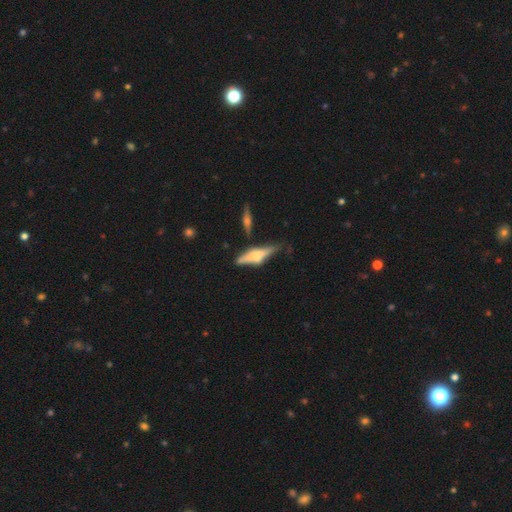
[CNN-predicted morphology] The model was most divided on "smooth or featured": featured or disk: 60%, smooth: 32%, star or artifact: 8%. More confident: edge-on disk — yes (93%); edge-on bulge — rounded (82%); merging — none (59%).